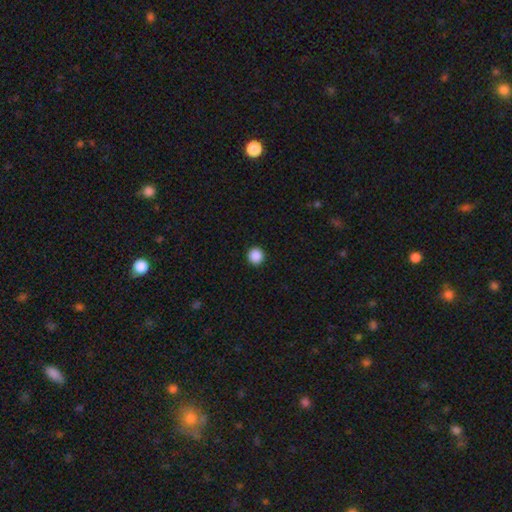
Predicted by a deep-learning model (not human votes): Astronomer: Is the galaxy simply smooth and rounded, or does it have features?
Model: smooth — 89%.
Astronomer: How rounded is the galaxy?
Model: round — 95%.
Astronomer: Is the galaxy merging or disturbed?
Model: none — 93%.